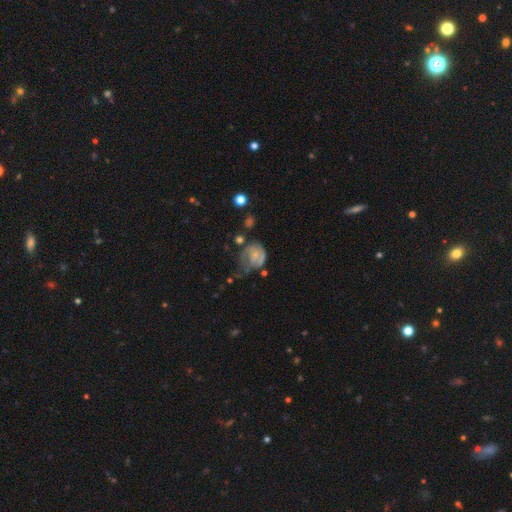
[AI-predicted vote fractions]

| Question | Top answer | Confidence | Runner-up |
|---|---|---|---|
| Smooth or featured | featured or disk | 55% | smooth (36%) |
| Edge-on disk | no | 98% | yes (2%) |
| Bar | no | 67% | weak (28%) |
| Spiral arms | yes | 69% | no (31%) |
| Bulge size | small | 56% | moderate (22%) |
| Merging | major disturbance | 34% | none (31%) |